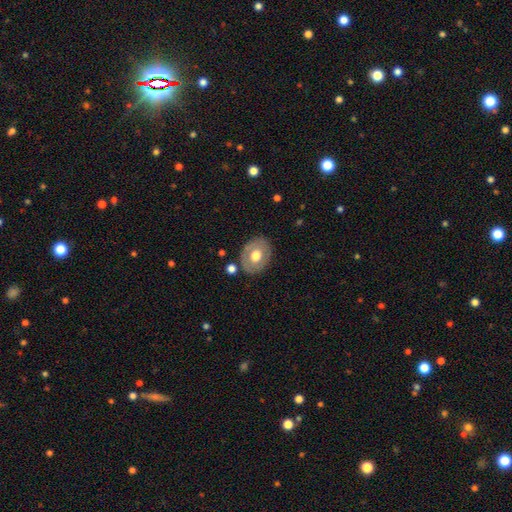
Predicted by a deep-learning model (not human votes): Smooth or featured: smooth — 54% (featured or disk — 40%)
How rounded: in between — 61% (round — 38%)
Merging: none — 79% (minor disturbance — 13%)